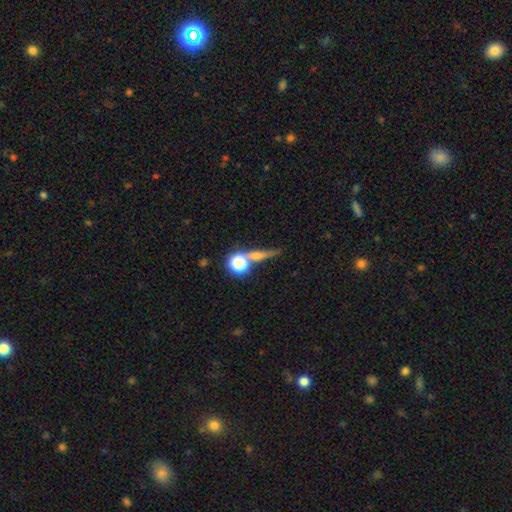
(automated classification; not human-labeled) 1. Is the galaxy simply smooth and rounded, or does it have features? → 47% smooth, 30% featured or disk, 23% star or artifact.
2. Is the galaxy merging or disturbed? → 59% none, 22% merger, 11% minor disturbance, 8% major disturbance.